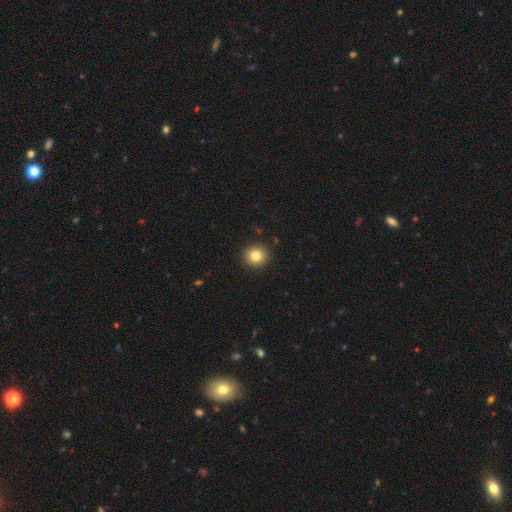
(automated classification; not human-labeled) Smooth or featured? Predicted: smooth (p=0.82). How rounded? Predicted: round (p=0.92). Merging? Predicted: none (p=0.91).